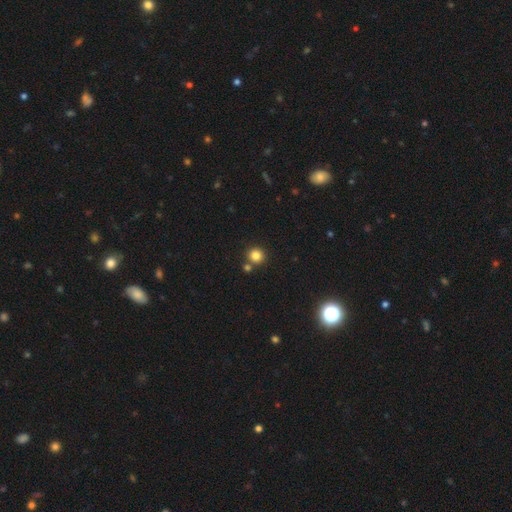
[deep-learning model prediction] smooth_or_featured: smooth (p=0.82) [alt: star or artifact p=0.12]
how_rounded: round (p=0.91) [alt: in between p=0.08]
merging: none (p=0.76) [alt: merger p=0.15]